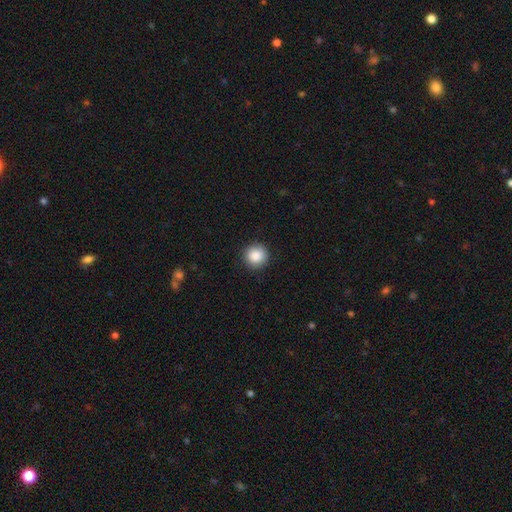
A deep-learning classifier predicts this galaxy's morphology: smooth-or-featured: smooth: 87% | star or artifact: 9% | featured or disk: 4%
  how-rounded: round: 95% | in between: 4% | cigar-shaped: 1%
  merging: none: 90% | minor disturbance: 7% | major disturbance: 2% | merger: 1%